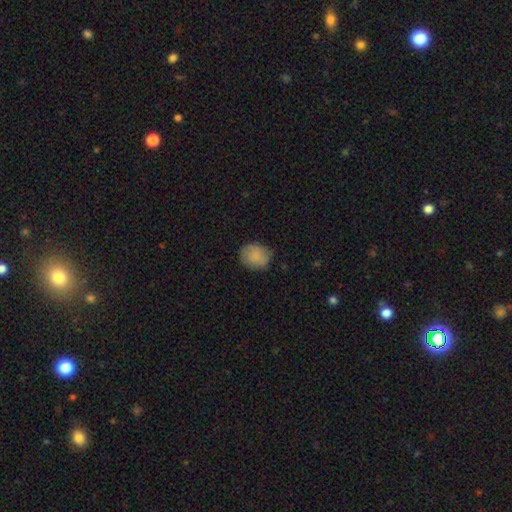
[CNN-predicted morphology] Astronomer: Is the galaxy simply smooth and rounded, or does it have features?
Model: smooth — 83%.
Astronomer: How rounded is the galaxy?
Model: round — 64%.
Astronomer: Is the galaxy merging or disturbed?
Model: none — 76%.